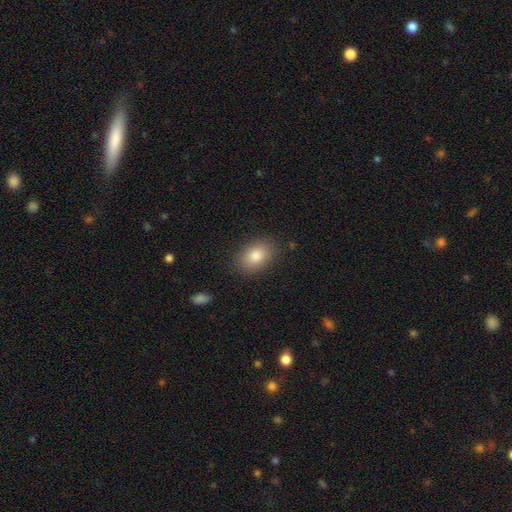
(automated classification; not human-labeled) A smooth galaxy with no disk features (82%) that is in between round and cigar-shaped (81%). Merging: none (86%).